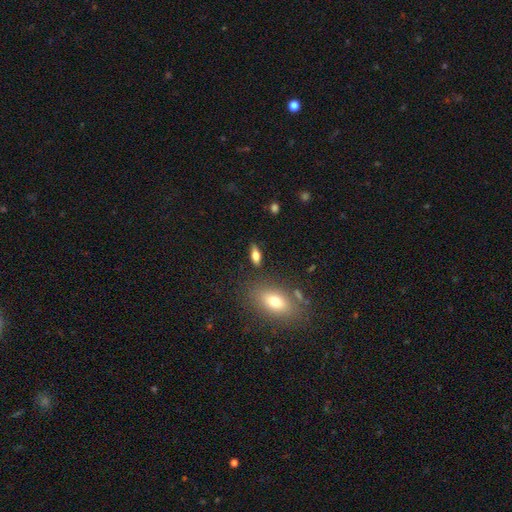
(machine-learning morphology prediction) A smooth galaxy with no disk features (69%) that is in between round and cigar-shaped (73%).

Vote fractions:
- Smooth or featured? smooth: 69% / featured or disk: 22% / star or artifact: 10%
- How rounded? in between: 73% / cigar-shaped: 22% / round: 5%
- Merging? none: 81% / minor disturbance: 11% / merger: 4% / major disturbance: 4%